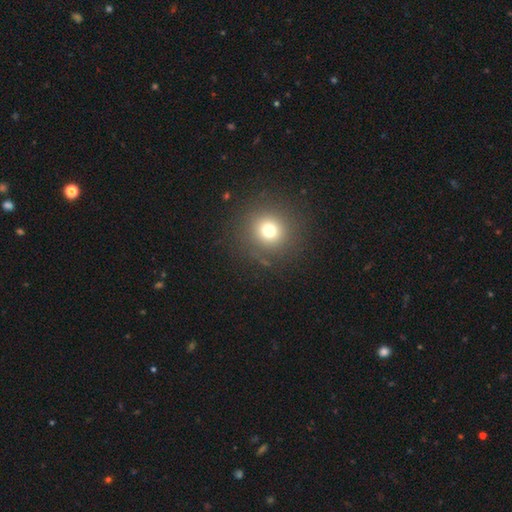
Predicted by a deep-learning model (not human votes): A smooth galaxy with no disk features (62%) that is round (94%).

Vote fractions:
- Smooth or featured? smooth: 62% / star or artifact: 29% / featured or disk: 8%
- How rounded? round: 94% / in between: 5% / cigar-shaped: 1%
- Merging? none: 92% / minor disturbance: 5% / major disturbance: 2% / merger: 1%